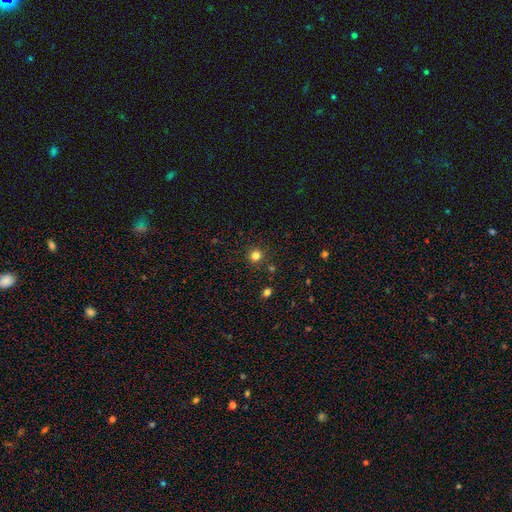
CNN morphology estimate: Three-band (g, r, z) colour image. It shows a smooth galaxy with no disk features (80%) that is round (93%). Merging: none (88%).